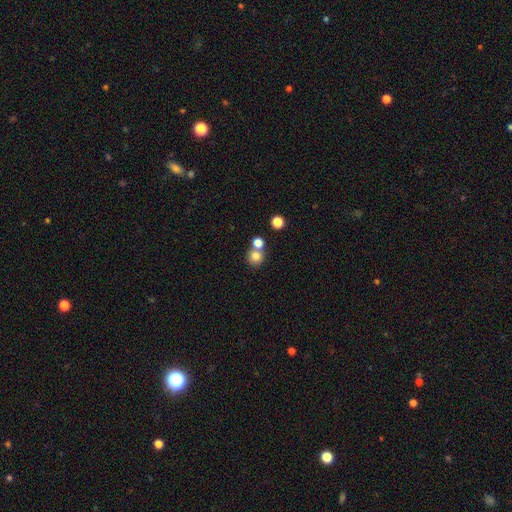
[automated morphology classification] Smooth or featured? Predicted: smooth (p=0.79). How rounded? Predicted: round (p=0.88). Merging? Predicted: none (p=0.56).